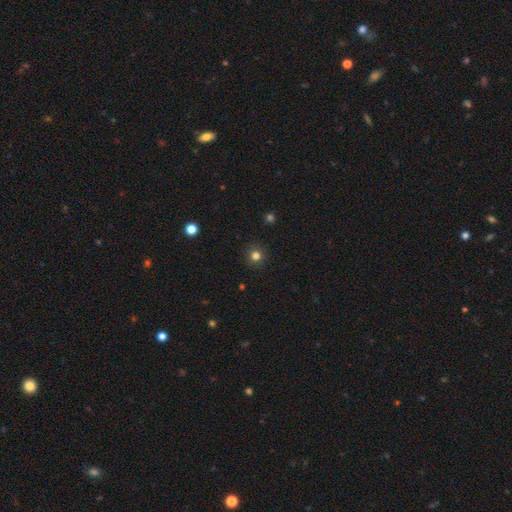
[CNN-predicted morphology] type=smooth (79%); roundness=round (93%); merging=none (91%).